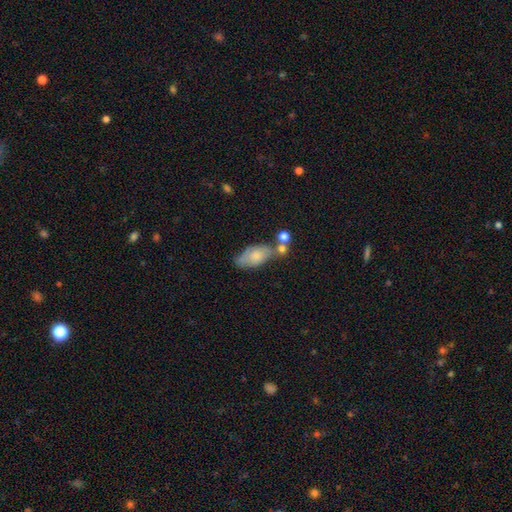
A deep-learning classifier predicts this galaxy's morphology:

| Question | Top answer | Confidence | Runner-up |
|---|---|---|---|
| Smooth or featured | smooth | 62% | featured or disk (29%) |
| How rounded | in between | 84% | cigar-shaped (11%) |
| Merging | none | 43% | minor disturbance (24%) |